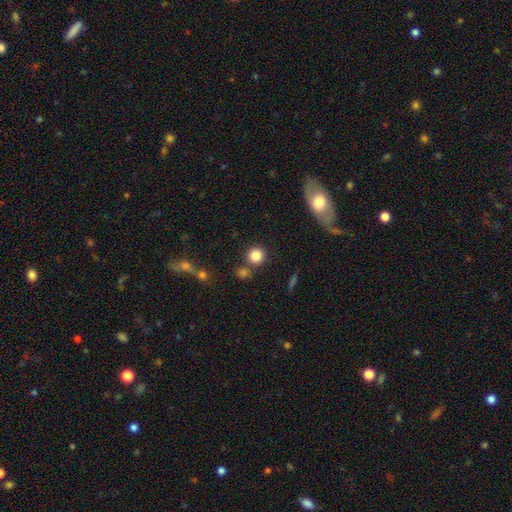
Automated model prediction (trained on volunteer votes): A smooth galaxy with no disk features (83%) that is round (92%). Merging: none (77%).